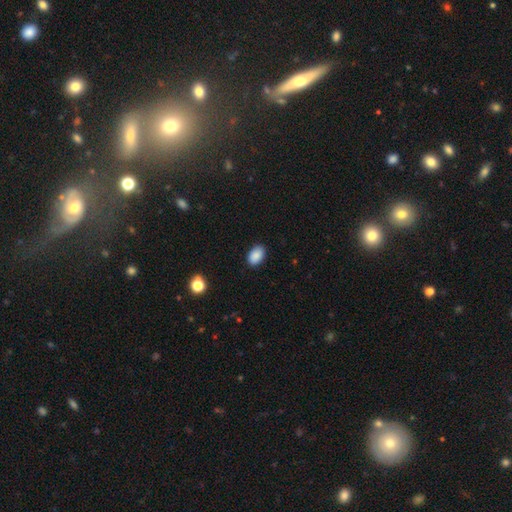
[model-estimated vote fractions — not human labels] Overall: smooth (88%). How rounded: in between (90%). Merging: none (88%).